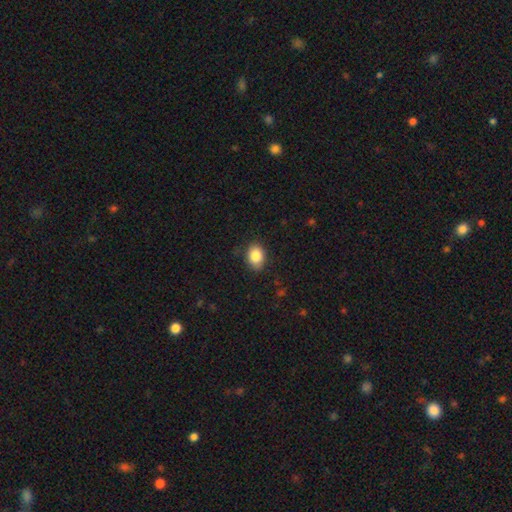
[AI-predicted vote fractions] This appears to be a smooth galaxy with no disk features (86%) that is in between round and cigar-shaped (70%). Merging: none (84%).